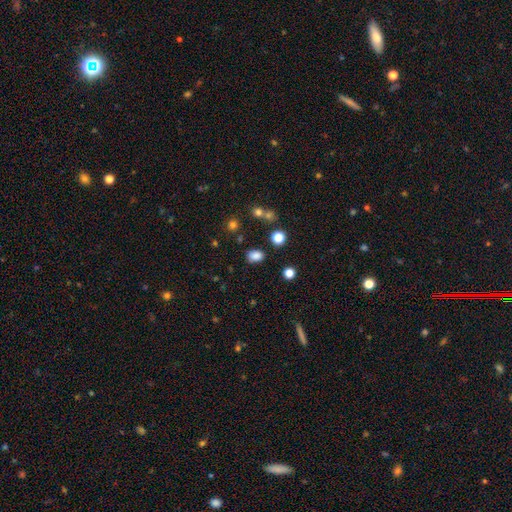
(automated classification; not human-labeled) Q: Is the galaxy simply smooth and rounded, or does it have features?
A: smooth — 81%.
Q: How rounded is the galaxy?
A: in between — 73%.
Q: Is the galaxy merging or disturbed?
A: none — 77%.